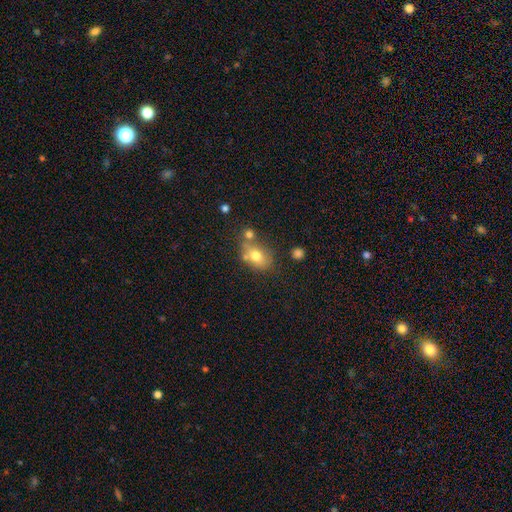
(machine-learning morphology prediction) smooth-or-featured: smooth: 71% | featured or disk: 17% | star or artifact: 12%
  how-rounded: in between: 61% | round: 37% | cigar-shaped: 2%
  merging: none: 50% | merger: 26% | minor disturbance: 17% | major disturbance: 7%